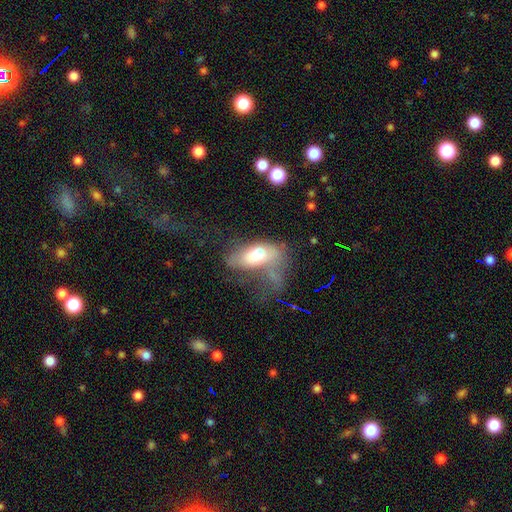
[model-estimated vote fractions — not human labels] A smooth galaxy with no disk features (58%) that is in between round and cigar-shaped (87%).

Vote fractions:
- Smooth or featured? smooth: 58% / featured or disk: 32% / star or artifact: 10%
- How rounded? in between: 87% / cigar-shaped: 7% / round: 6%
- Merging? major disturbance: 47% / merger: 21% / minor disturbance: 17% / none: 16%